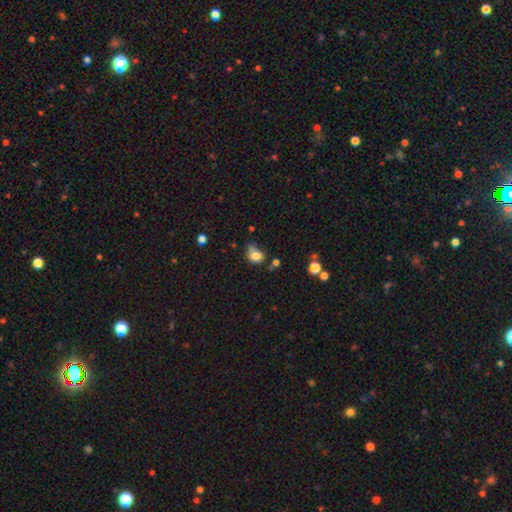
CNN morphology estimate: Smooth or featured: smooth — 79% (star or artifact — 12%)
How rounded: round — 62% (in between — 37%)
Merging: none — 42% (minor disturbance — 31%)